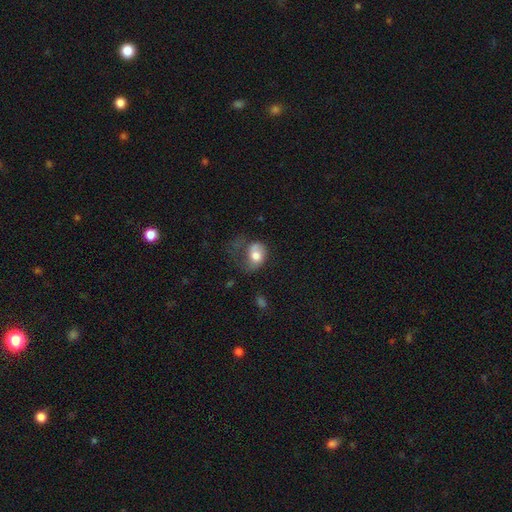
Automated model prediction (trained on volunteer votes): Q: Smooth or featured?
A: smooth (66%); runner-up: featured or disk (26%)
Q: How rounded?
A: in between (59%); runner-up: round (40%)
Q: Merging?
A: major disturbance (50%); runner-up: minor disturbance (24%)